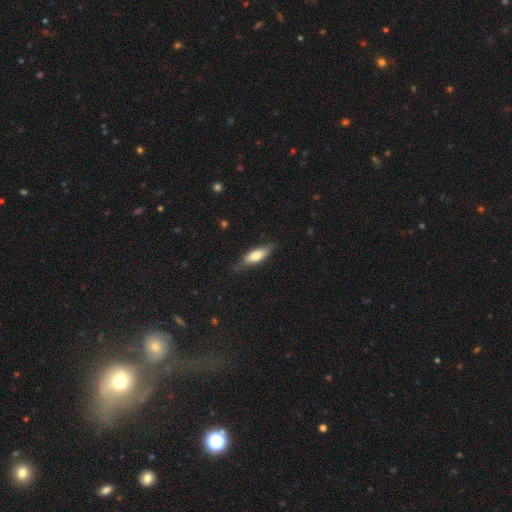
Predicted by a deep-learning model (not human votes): Smooth or featured? smooth (71%)
How rounded? in between (61%)
Merging? none (74%)